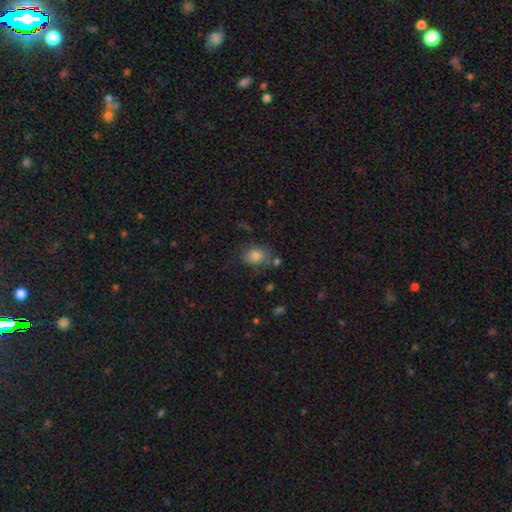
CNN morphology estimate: Smooth or featured?
  - smooth: 81% *
  - star or artifact: 11%
  - featured or disk: 8%
How rounded?
  - in between: 57% *
  - round: 42%
  - cigar-shaped: 1%
Merging?
  - none: 68% *
  - minor disturbance: 19%
  - merger: 7%
  - major disturbance: 6%